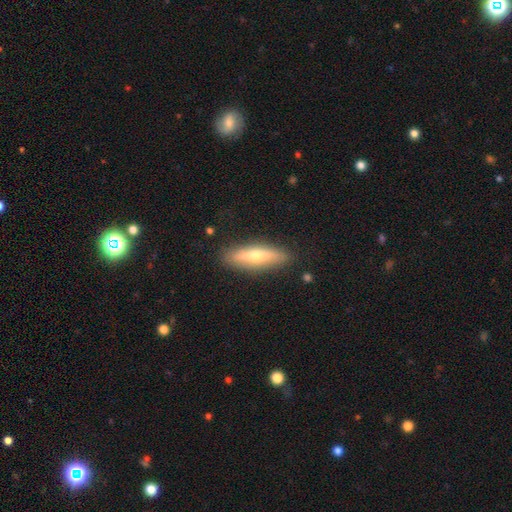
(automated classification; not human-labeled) Morphology: type=smooth (47%); merging=none (86%).